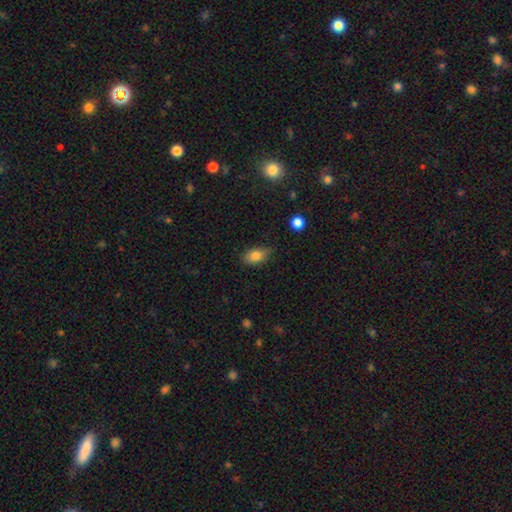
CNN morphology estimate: This is clearly a smooth galaxy (82%). How rounded: clearly in between (85%). Merging: likely none (71%).